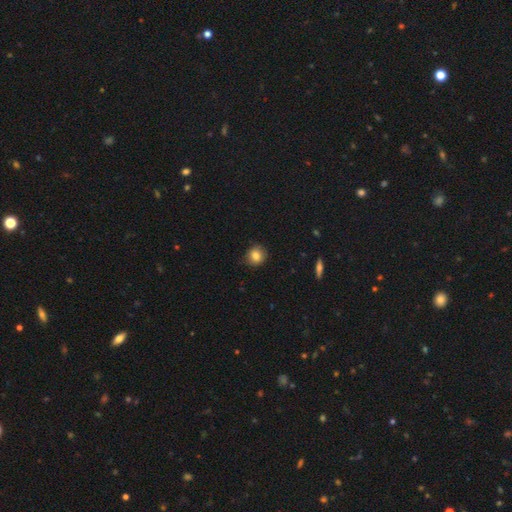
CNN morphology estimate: Q: Smooth or featured?
A: smooth (82%); runner-up: star or artifact (10%)
Q: How rounded?
A: round (86%); runner-up: in between (13%)
Q: Merging?
A: none (80%); runner-up: minor disturbance (16%)